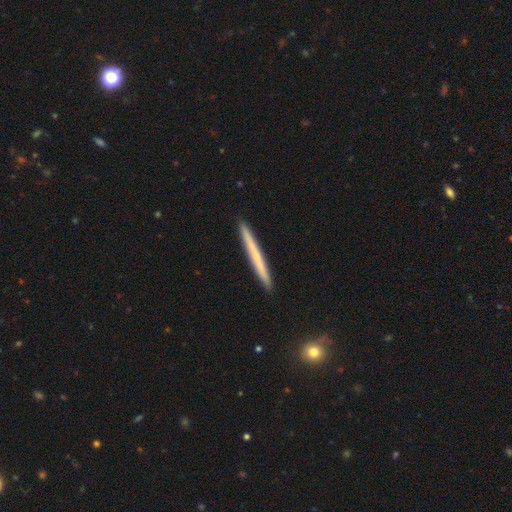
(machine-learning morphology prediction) Smooth or featured? Predicted: smooth (p=0.55). How rounded? Predicted: cigar-shaped (p=0.97). Merging? Predicted: none (p=0.93).